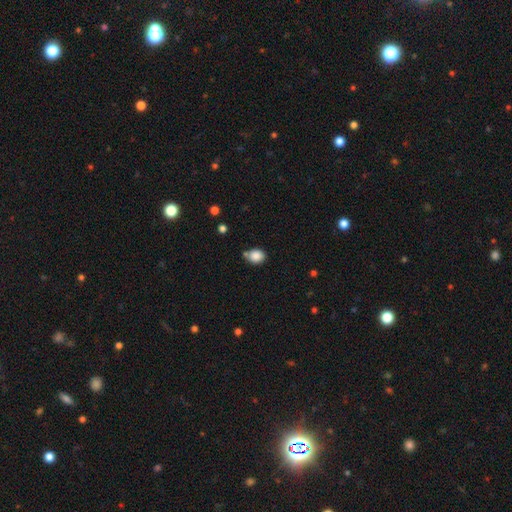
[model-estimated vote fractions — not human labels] This is clearly a smooth galaxy (86%). How rounded: possibly round (55%). Merging: likely none (65%).